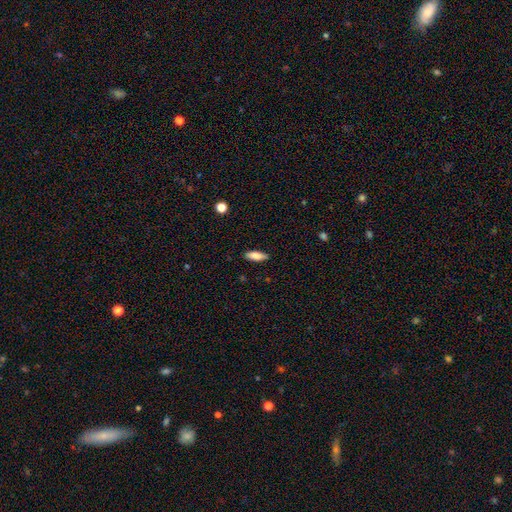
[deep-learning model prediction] Overall: smooth (84%). How rounded: in between (66%; cigar-shaped 32%). Merging: none (86%).